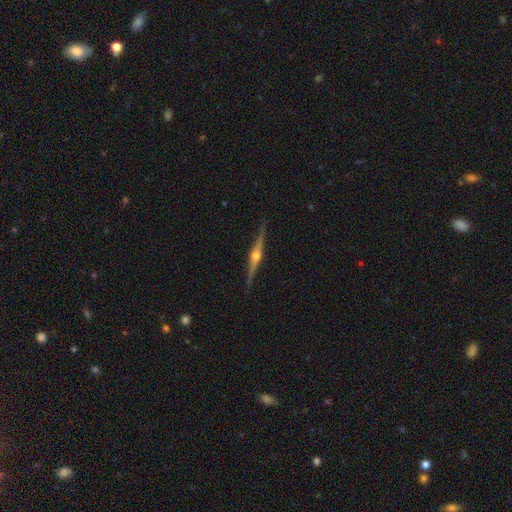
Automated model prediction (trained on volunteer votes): This appears to be a featured or disk galaxy (84%) viewed edge-on (98%) with a rounded central bulge (95%). Merging: none (90%).